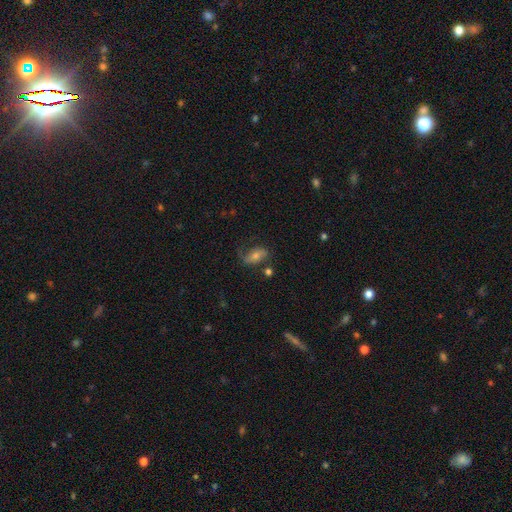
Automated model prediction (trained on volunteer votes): This appears to be a featured or disk galaxy (55%) with no bar (54%), spiral arms (83%) and a moderate central bulge (52%). Merging: none (56%).